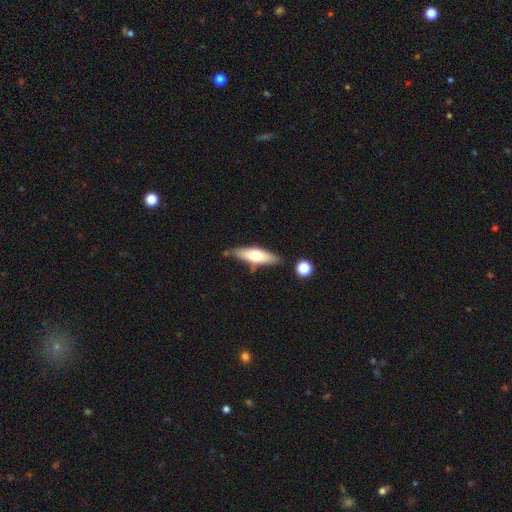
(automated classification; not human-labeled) Smooth or featured? Predicted: smooth (p=0.55). How rounded? Predicted: cigar-shaped (p=0.52). Merging? Predicted: none (p=0.78).